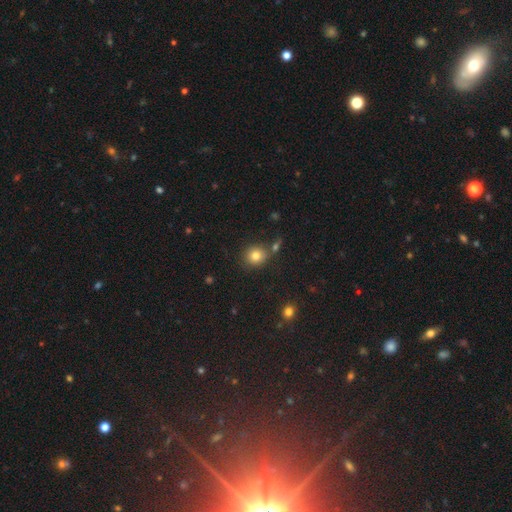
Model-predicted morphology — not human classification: Overall: smooth (80%). How rounded: round (80%). Merging: none (73%).